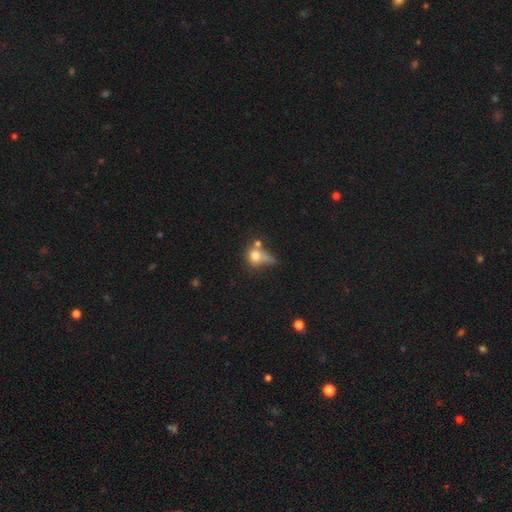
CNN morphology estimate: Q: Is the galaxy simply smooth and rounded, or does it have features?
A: smooth — 70%.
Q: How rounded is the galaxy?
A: round — 68%.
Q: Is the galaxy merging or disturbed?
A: merger — 32%.